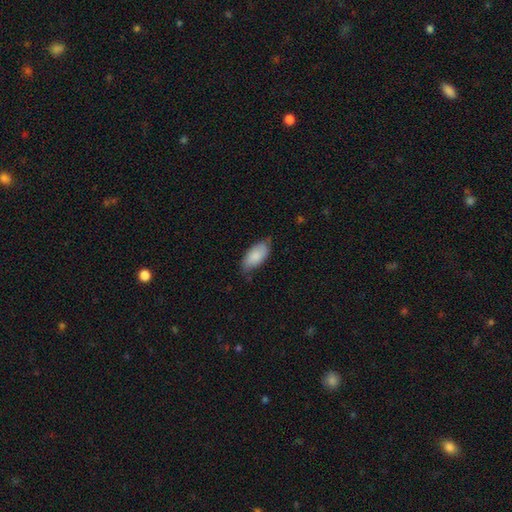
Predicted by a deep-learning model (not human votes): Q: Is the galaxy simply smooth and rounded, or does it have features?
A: smooth — 85%.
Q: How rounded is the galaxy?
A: in between — 91%.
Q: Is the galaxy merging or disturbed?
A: none — 67%.